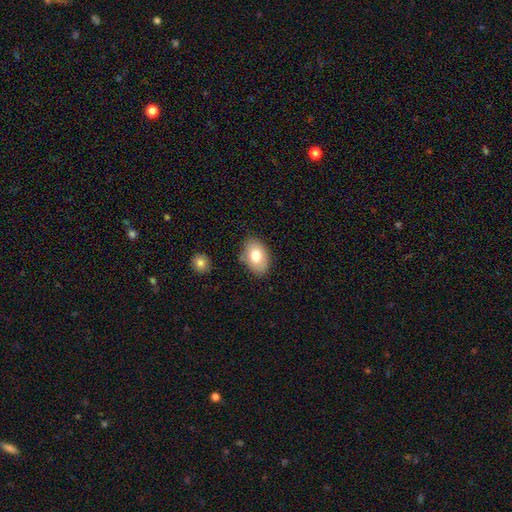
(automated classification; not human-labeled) smooth-or-featured: smooth: 76% | featured or disk: 17% | star or artifact: 8%
  how-rounded: in between: 87% | round: 12% | cigar-shaped: 1%
  merging: none: 79% | minor disturbance: 15% | major disturbance: 3% | merger: 3%